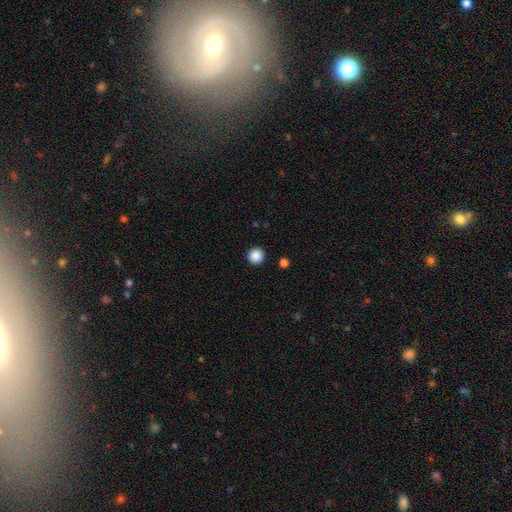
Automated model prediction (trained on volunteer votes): Smooth or featured: smooth — 88% (star or artifact — 10%)
How rounded: round — 96% (in between — 3%)
Merging: none — 93% (minor disturbance — 4%)